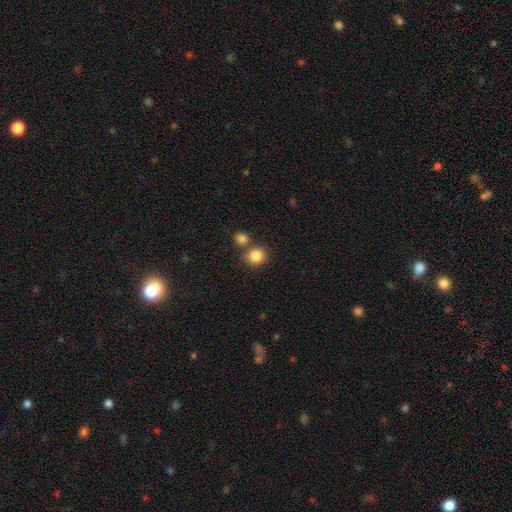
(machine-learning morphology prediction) A smooth galaxy with no disk features (85%) that is round (84%).

Vote fractions:
- Smooth or featured? smooth: 85% / star or artifact: 10% / featured or disk: 5%
- How rounded? round: 84% / in between: 15% / cigar-shaped: 1%
- Merging? none: 66% / merger: 23% / minor disturbance: 8% / major disturbance: 3%